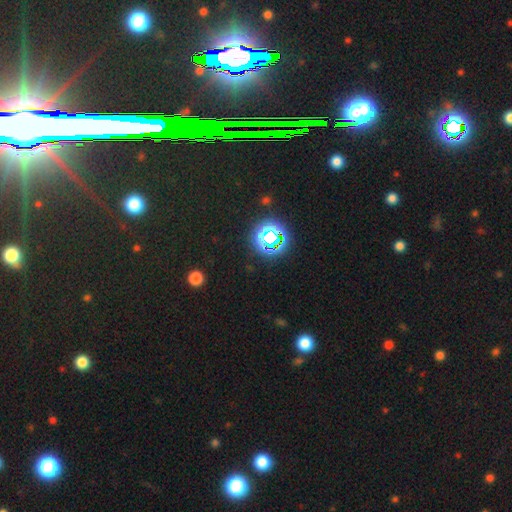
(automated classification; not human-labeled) A star or artifact, not a galaxy (70%).